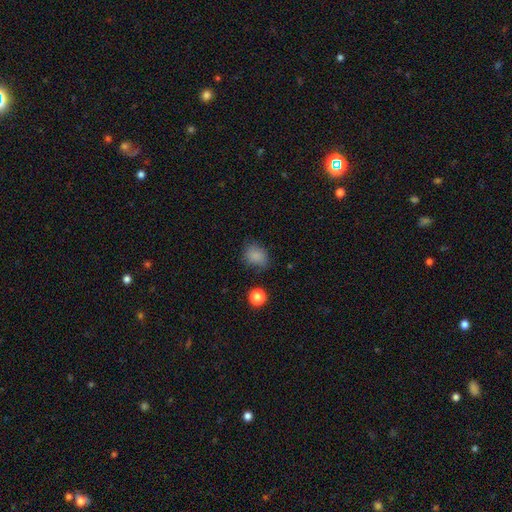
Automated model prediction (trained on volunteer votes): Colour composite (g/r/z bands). It shows a smooth galaxy with no disk features (81%) that is round (51%). Merging: none (66%).